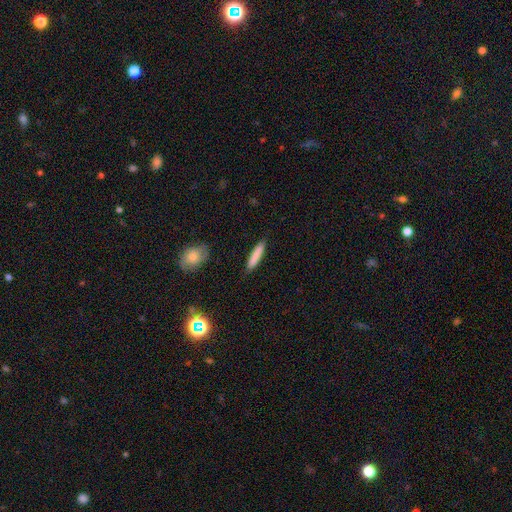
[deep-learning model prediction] This appears to be a smooth galaxy with no disk features (81%) that is cigar-shaped (90%). Merging: none (87%).